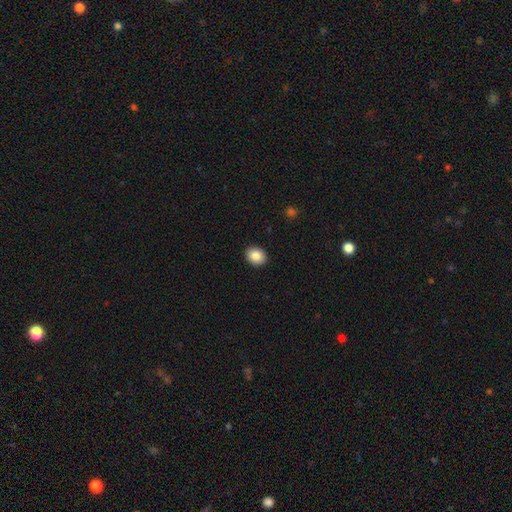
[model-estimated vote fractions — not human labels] The model was most divided on "how rounded": round: 50%, in between: 49%, cigar-shaped: 1%. More confident: merging — none (91%); smooth or featured — smooth (87%).